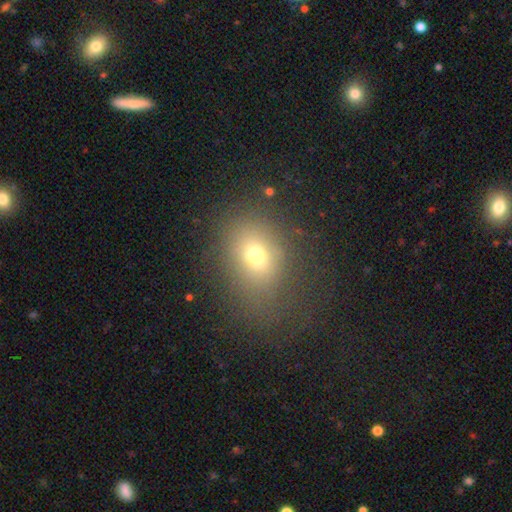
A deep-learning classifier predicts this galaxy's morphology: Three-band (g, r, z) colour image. It shows a smooth galaxy with no disk features (68%) that is in between round and cigar-shaped (50%). Merging: none (67%).